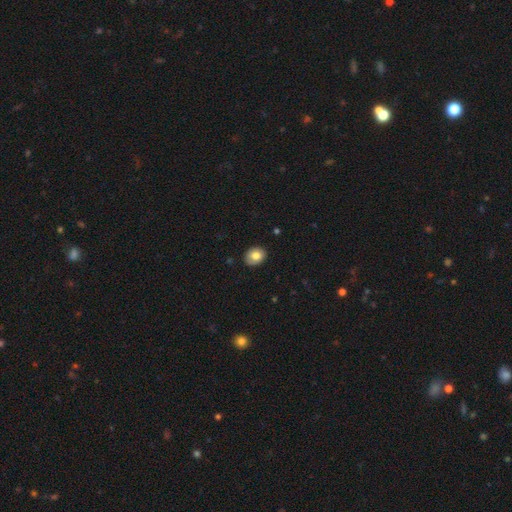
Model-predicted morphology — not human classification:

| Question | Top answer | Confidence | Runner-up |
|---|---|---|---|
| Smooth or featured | smooth | 80% | featured or disk (12%) |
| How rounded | in between | 60% | round (39%) |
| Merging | none | 86% | minor disturbance (11%) |